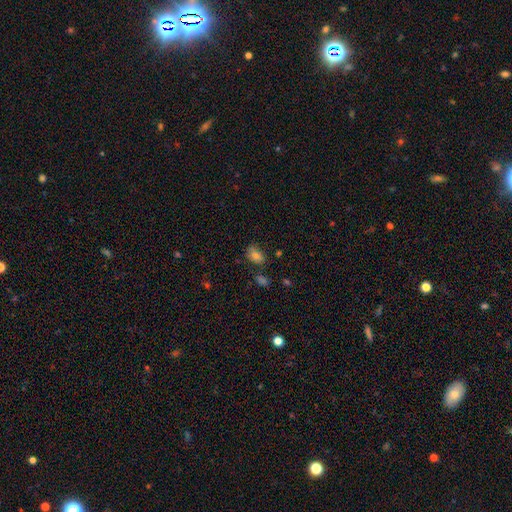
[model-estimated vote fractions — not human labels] The model was most divided on "merging": none: 68%, minor disturbance: 21%, major disturbance: 6%, merger: 5%. More confident: how rounded — in between (73%); smooth or featured — smooth (71%).